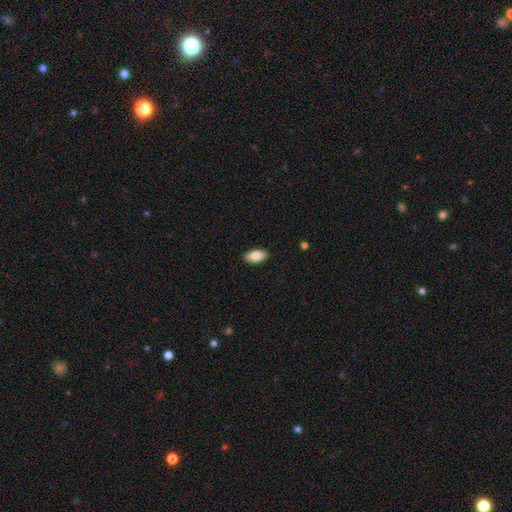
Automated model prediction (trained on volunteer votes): This appears to be a smooth galaxy with no disk features (82%) that is in between round and cigar-shaped (93%). Merging: none (90%).